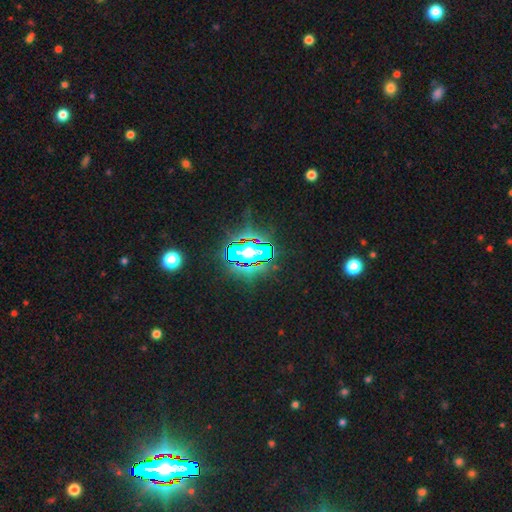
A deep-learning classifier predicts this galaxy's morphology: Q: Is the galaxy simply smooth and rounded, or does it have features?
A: star or artifact — 85%.